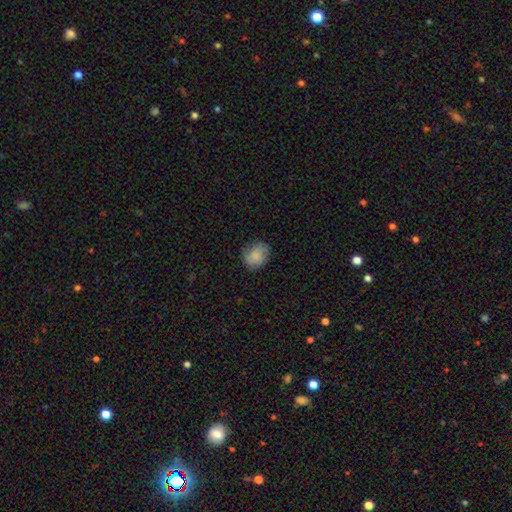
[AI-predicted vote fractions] Q: Smooth or featured?
A: smooth (74%); runner-up: featured or disk (18%)
Q: How rounded?
A: round (65%); runner-up: in between (34%)
Q: Merging?
A: none (72%); runner-up: minor disturbance (21%)